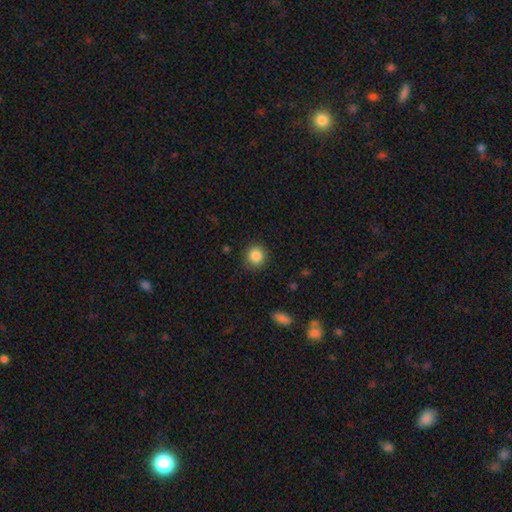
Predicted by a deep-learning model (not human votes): Smooth or featured? Predicted: smooth (p=0.86). How rounded? Predicted: round (p=0.91). Merging? Predicted: none (p=0.89).